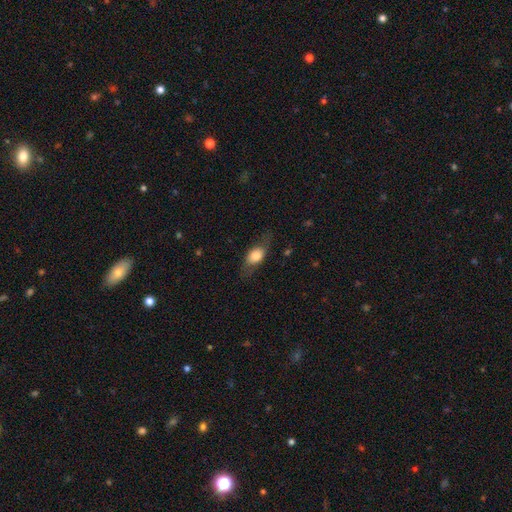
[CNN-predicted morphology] smooth-or-featured: smooth: 64% | featured or disk: 29% | star or artifact: 7%
  how-rounded: in between: 72% | round: 15% | cigar-shaped: 13%
  merging: none: 69% | minor disturbance: 19% | major disturbance: 11% | merger: 1%